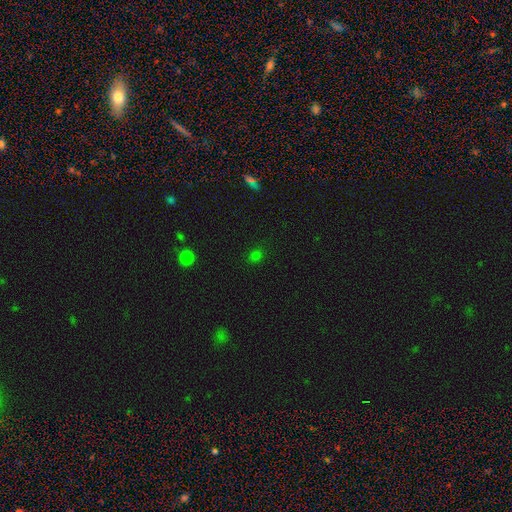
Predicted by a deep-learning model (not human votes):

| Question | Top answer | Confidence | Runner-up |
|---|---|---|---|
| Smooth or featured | smooth | 70% | star or artifact (25%) |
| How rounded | round | 71% | in between (27%) |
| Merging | none | 86% | minor disturbance (9%) |